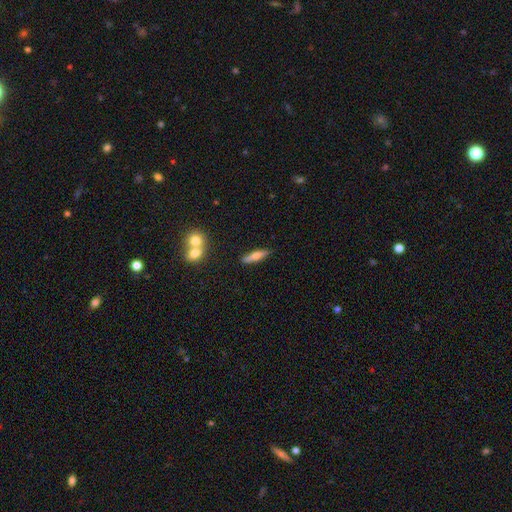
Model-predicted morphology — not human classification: Smooth or featured: smooth — 55% (featured or disk — 38%)
How rounded: cigar-shaped — 79% (in between — 18%)
Merging: none — 83% (minor disturbance — 9%)